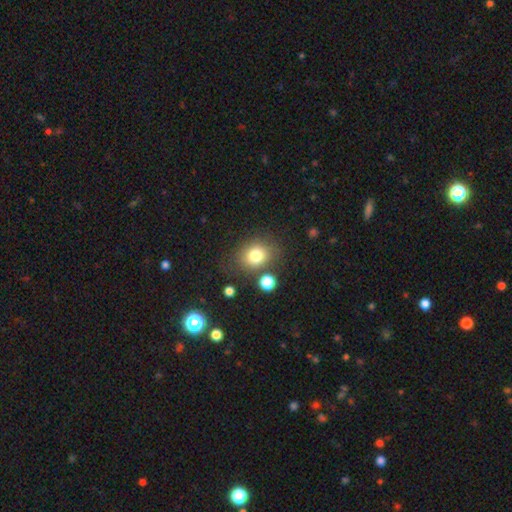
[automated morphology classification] smooth_or_featured: smooth (p=0.79) [alt: star or artifact p=0.12]
how_rounded: round (p=0.57) [alt: in between p=0.42]
merging: none (p=0.71) [alt: minor disturbance p=0.15]